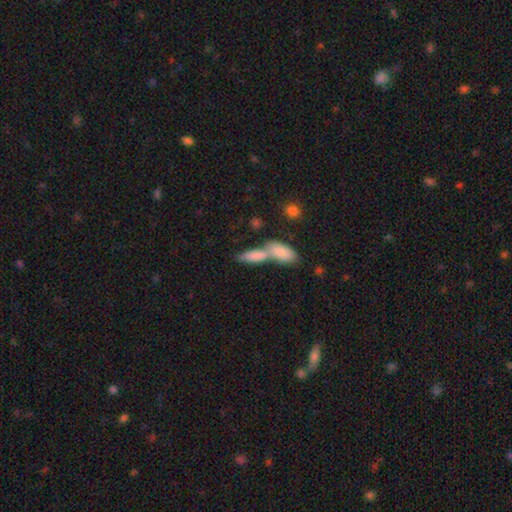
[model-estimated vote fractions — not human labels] A smooth galaxy with no disk features (81%) that is in between round and cigar-shaped (64%).

Vote fractions:
- Smooth or featured? smooth: 81% / featured or disk: 12% / star or artifact: 7%
- How rounded? in between: 64% / cigar-shaped: 33% / round: 3%
- Merging? merger: 57% / none: 31% / minor disturbance: 8% / major disturbance: 4%